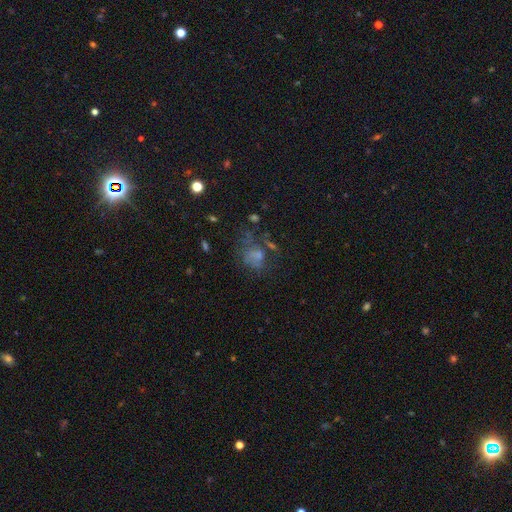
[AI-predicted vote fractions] Smooth or featured? smooth (51%)
How rounded? in between (51%)
Merging? major disturbance (37%)